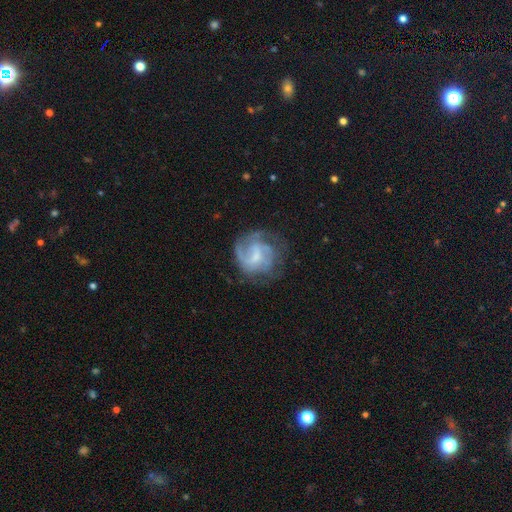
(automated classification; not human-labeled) Smooth or featured? featured or disk (72%)
Edge-on disk? no (98%)
Bar? weak (55%)
Spiral arms? yes (84%)
Spiral winding? medium (41%)
Spiral arm count? 2 (32%)
Bulge size? small (44%)
Merging? none (57%)